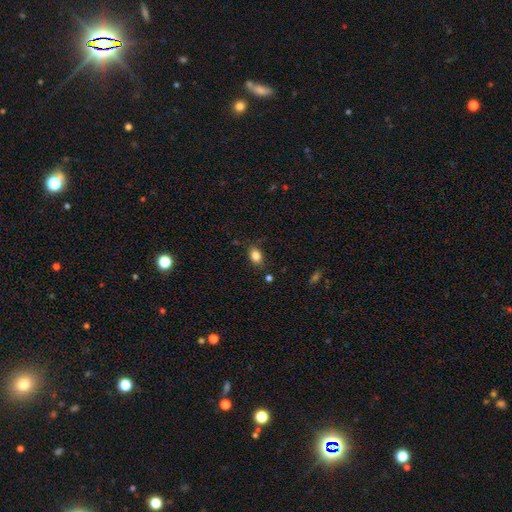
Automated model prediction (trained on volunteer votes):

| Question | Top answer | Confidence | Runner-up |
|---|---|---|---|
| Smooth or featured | smooth | 83% | star or artifact (10%) |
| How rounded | in between | 78% | round (20%) |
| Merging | none | 80% | minor disturbance (14%) |